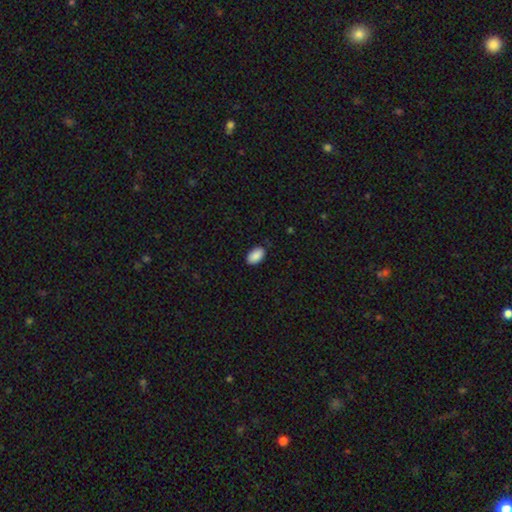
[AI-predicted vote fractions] Morphology: type=smooth (89%); roundness=in between (94%); merging=none (81%).